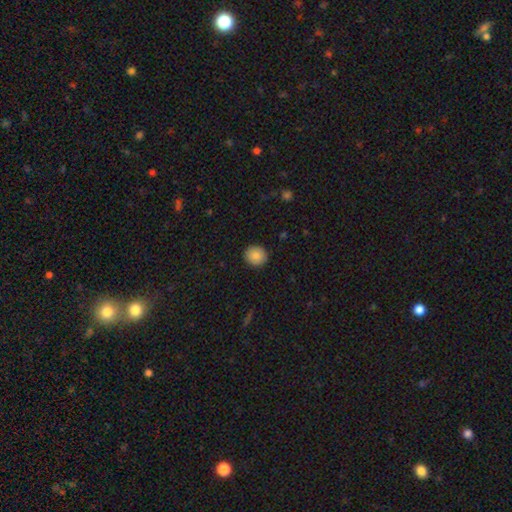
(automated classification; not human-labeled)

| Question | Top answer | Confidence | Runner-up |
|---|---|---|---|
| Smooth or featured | smooth | 87% | star or artifact (8%) |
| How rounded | round | 87% | in between (12%) |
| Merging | none | 92% | minor disturbance (6%) |